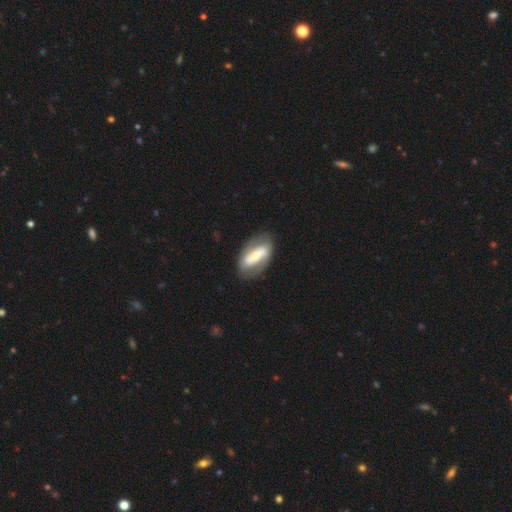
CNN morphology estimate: A featured or disk galaxy (58%) with a strong bar (63%), spiral arms (50%, tied with no) and a small central bulge (42%, tied with moderate).

Vote fractions:
- Smooth or featured? featured or disk: 58% / smooth: 36% / star or artifact: 6%
- Edge-on disk? no: 87% / yes: 13%
- Bar? strong: 63% / weak: 21% / no: 16%
- Spiral arms? yes: 50% (tied) / no: 50% (tied)
- Bulge size? small: 42% (tied) / moderate: 42% (tied) / large: 10% / none: 4% / dominant: 2%
- Merging? none: 77% / minor disturbance: 15% / major disturbance: 6% / merger: 2%